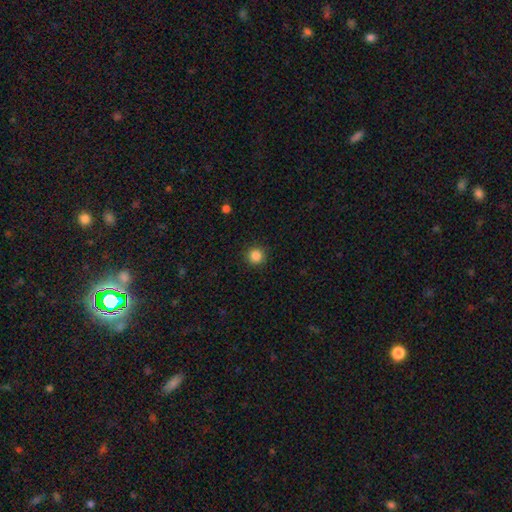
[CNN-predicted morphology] A smooth galaxy with no disk features (86%) that is round (95%). Merging: none (91%).